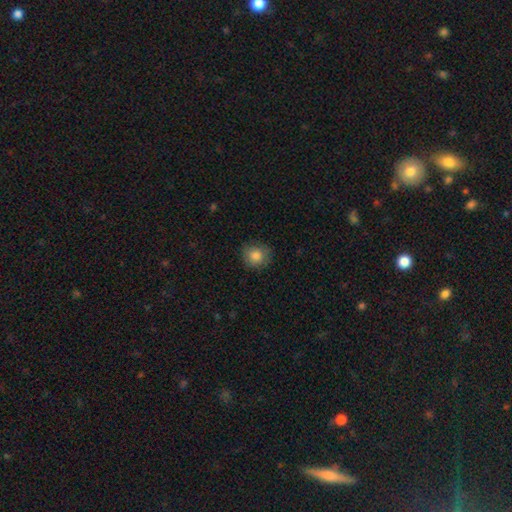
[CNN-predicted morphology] smooth 85%, star or artifact 9%, featured or disk 6%. Down the decision tree: how rounded — round (87%); merging — none (81%).